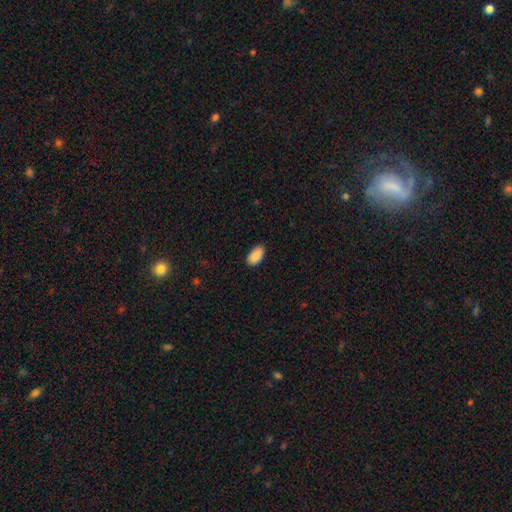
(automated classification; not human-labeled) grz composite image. It shows a smooth galaxy with no disk features (91%) that is in between round and cigar-shaped (95%). Merging: none (88%).